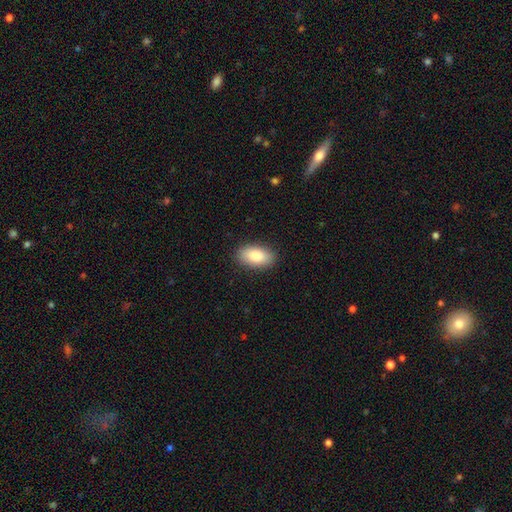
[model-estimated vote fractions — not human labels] The model was most divided on "smooth or featured": smooth: 85%, featured or disk: 9%, star or artifact: 6%. More confident: how rounded — in between (92%); merging — none (89%).